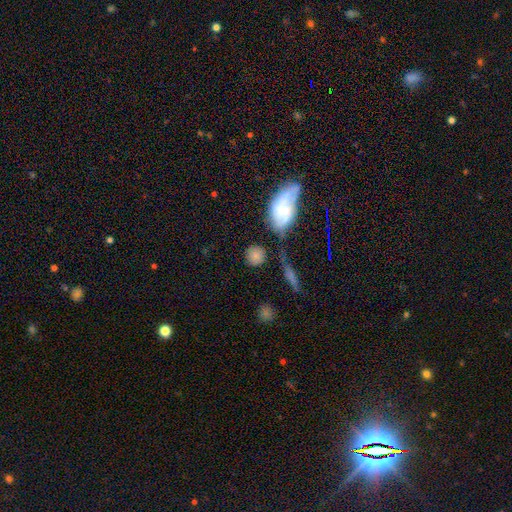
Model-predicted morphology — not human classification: Smooth or featured?
  - smooth: 80% *
  - star or artifact: 10%
  - featured or disk: 10%
How rounded?
  - round: 84% *
  - in between: 13%
  - cigar-shaped: 2%
Merging?
  - none: 73% *
  - minor disturbance: 12%
  - merger: 10%
  - major disturbance: 6%